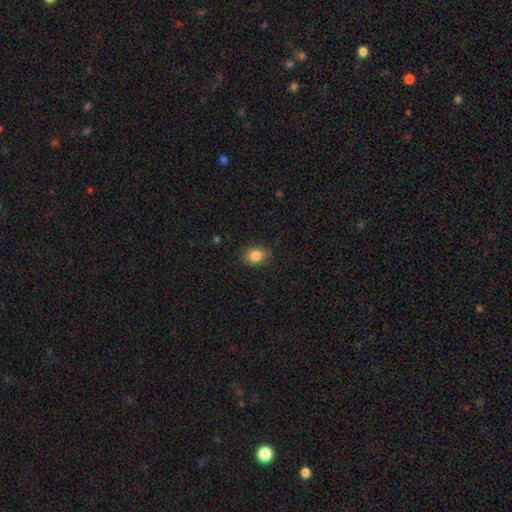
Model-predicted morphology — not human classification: The model was most divided on "how rounded": in between: 60%, round: 39%, cigar-shaped: 1%. More confident: smooth or featured — smooth (86%); merging — none (84%).